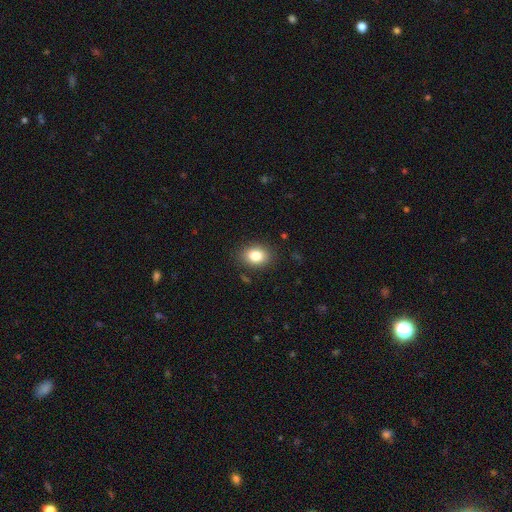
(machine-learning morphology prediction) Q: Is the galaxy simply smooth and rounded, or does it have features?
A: smooth — 84%.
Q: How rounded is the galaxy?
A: in between — 68%.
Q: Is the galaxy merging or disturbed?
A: none — 85%.